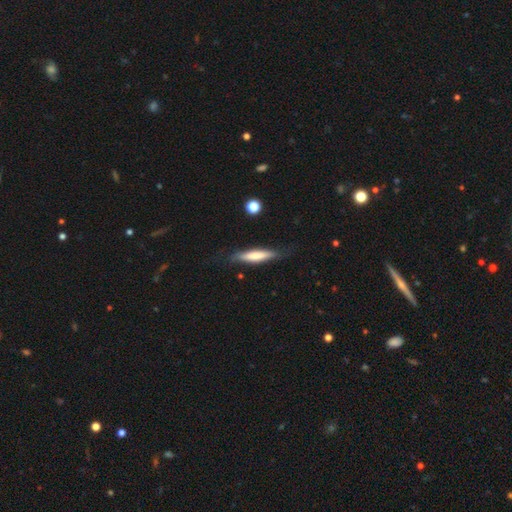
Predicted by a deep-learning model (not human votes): Overall: smooth (66%; featured or disk 29%). How rounded: cigar-shaped (83%). Merging: none (77%).